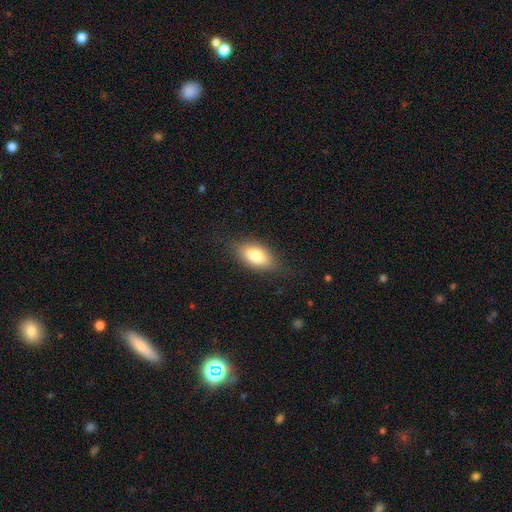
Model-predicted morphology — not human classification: Q: Smooth or featured?
A: smooth (79%); runner-up: featured or disk (14%)
Q: How rounded?
A: in between (89%); runner-up: cigar-shaped (6%)
Q: Merging?
A: none (81%); runner-up: minor disturbance (14%)